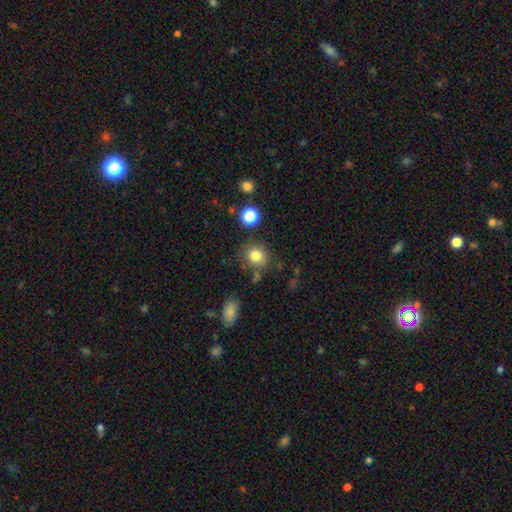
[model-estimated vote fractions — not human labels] This appears to be a smooth galaxy with no disk features (81%) that is round (76%). Merging: none (77%).